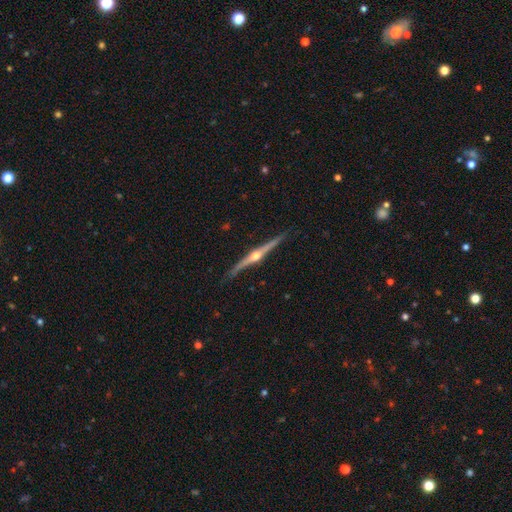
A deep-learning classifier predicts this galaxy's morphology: smooth-or-featured: featured or disk: 88% | smooth: 7% | star or artifact: 5%
  disk-edge-on: yes: 98% | no: 2%
    edge-on-bulge: rounded: 95% | boxy: 3% | none: 3%
  merging: none: 90% | minor disturbance: 8% | major disturbance: 1% | merger: 1%